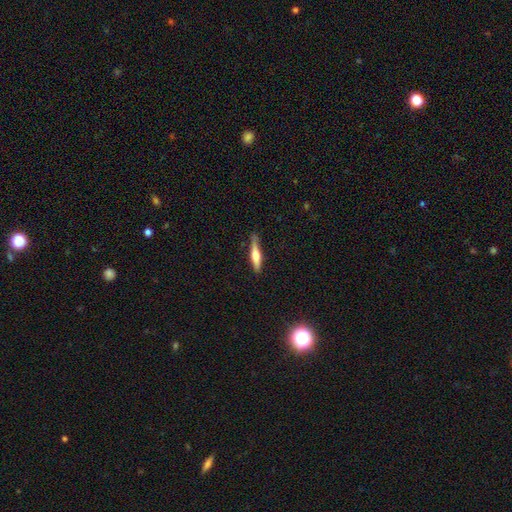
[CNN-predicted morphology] A featured or disk galaxy (52%) viewed edge-on (96%).

Vote fractions:
- Smooth or featured? featured or disk: 52% / smooth: 42% / star or artifact: 6%
- Edge-on disk? yes: 96% / no: 4%
- Merging? none: 80% / minor disturbance: 15% / major disturbance: 3% / merger: 2%